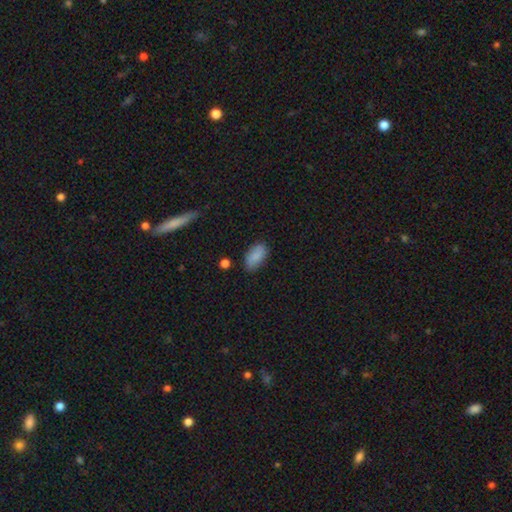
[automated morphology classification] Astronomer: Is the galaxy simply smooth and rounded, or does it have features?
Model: smooth — 86%.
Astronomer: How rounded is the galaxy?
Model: in between — 93%.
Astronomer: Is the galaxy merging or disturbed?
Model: none — 78%.